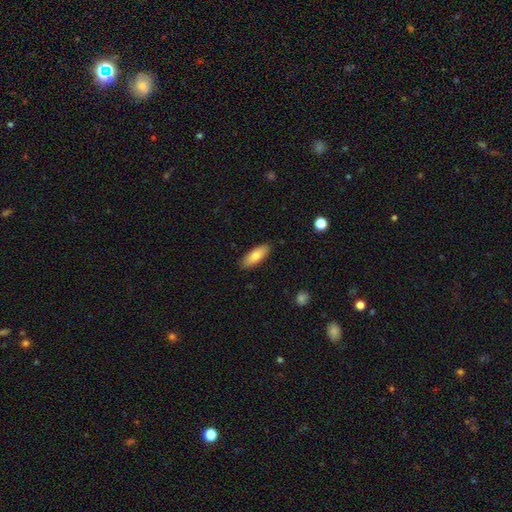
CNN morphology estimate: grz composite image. It shows a smooth galaxy with no disk features (80%) that is in between round and cigar-shaped (72%). Merging: none (87%).